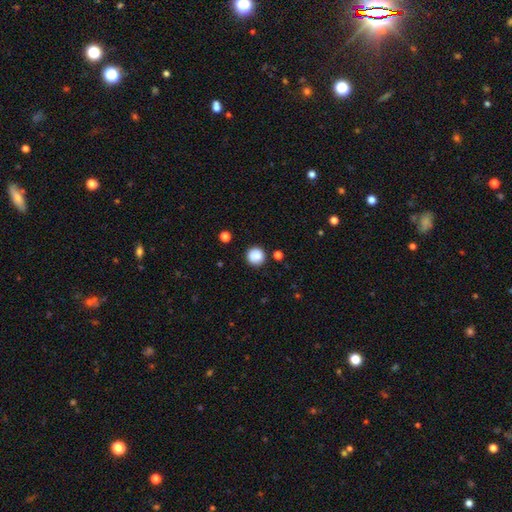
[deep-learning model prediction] The model was most divided on "smooth or featured": smooth: 85%, star or artifact: 9%, featured or disk: 5%. More confident: how rounded — round (95%); merging — none (86%).